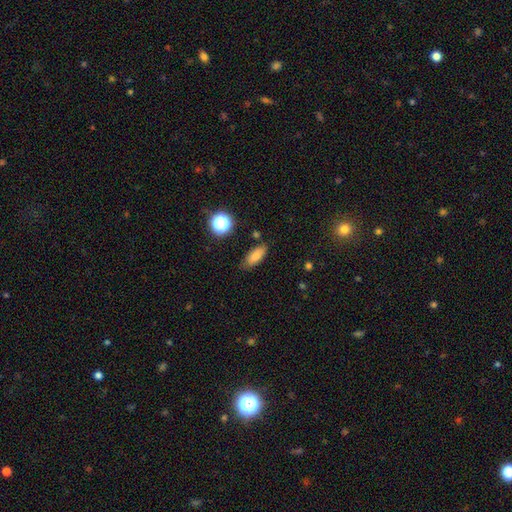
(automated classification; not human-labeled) A smooth galaxy with no disk features (80%) that is in between round and cigar-shaped (76%).

Vote fractions:
- Smooth or featured? smooth: 80% / star or artifact: 11% / featured or disk: 9%
- How rounded? in between: 76% / cigar-shaped: 19% / round: 5%
- Merging? none: 79% / minor disturbance: 15% / major disturbance: 3% / merger: 3%